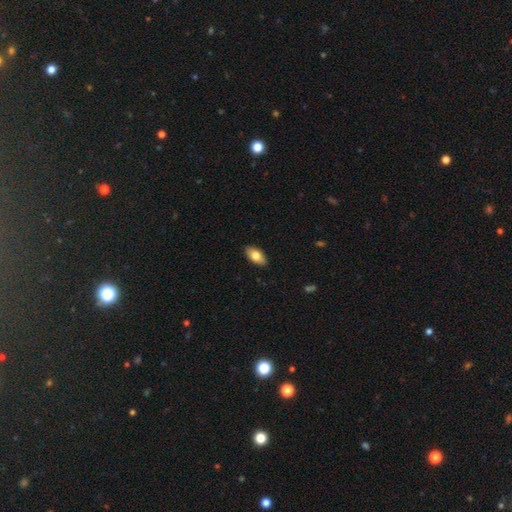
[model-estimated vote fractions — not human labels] Smooth or featured? smooth (78%)
How rounded? in between (92%)
Merging? none (89%)